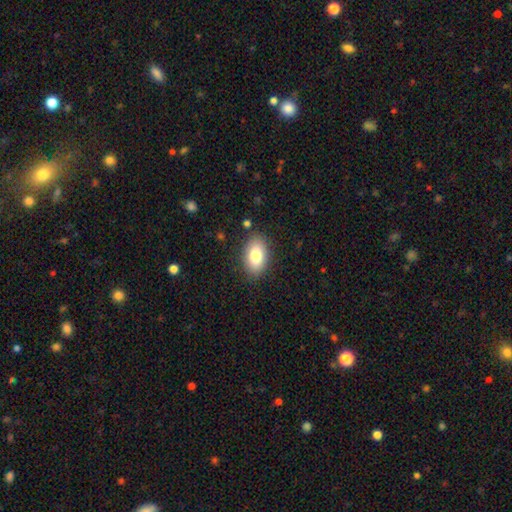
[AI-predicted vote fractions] A smooth galaxy with no disk features (79%) that is in between round and cigar-shaped (89%).

Vote fractions:
- Smooth or featured? smooth: 79% / featured or disk: 13% / star or artifact: 8%
- How rounded? in between: 89% / round: 9% / cigar-shaped: 2%
- Merging? none: 86% / minor disturbance: 10% / major disturbance: 3% / merger: 1%